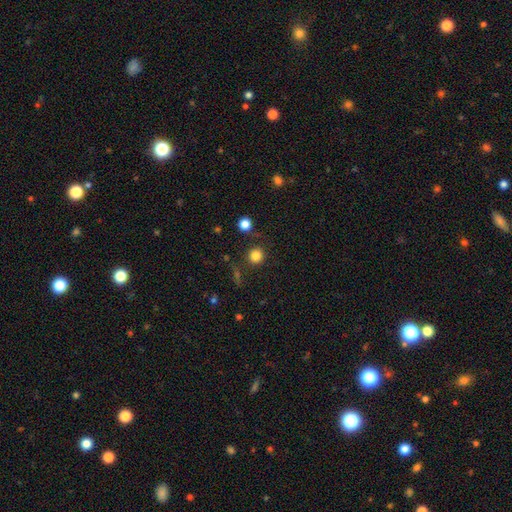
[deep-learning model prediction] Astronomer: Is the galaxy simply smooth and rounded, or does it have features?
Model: smooth — 82%.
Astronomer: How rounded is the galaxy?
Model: round — 94%.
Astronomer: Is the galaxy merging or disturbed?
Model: none — 86%.